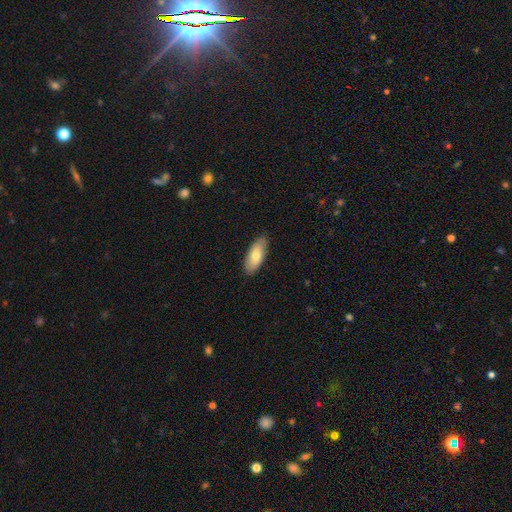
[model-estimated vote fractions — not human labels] Q: Smooth or featured?
A: smooth (75%); runner-up: featured or disk (19%)
Q: How rounded?
A: in between (82%); runner-up: cigar-shaped (16%)
Q: Merging?
A: none (87%); runner-up: minor disturbance (10%)